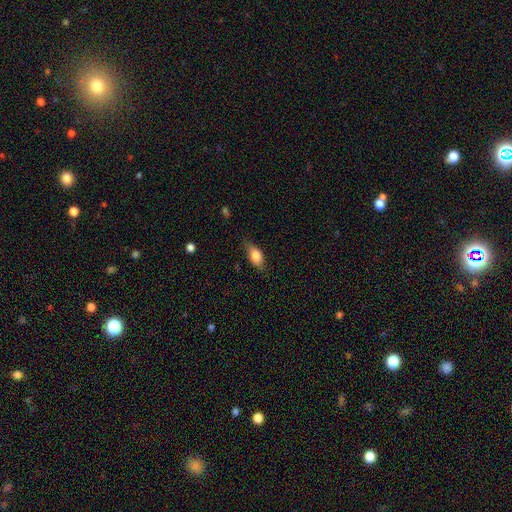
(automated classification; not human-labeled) smooth-or-featured: smooth: 80% | featured or disk: 13% | star or artifact: 7%
  how-rounded: in between: 84% | cigar-shaped: 10% | round: 6%
  merging: none: 68% | minor disturbance: 24% | major disturbance: 6% | merger: 1%